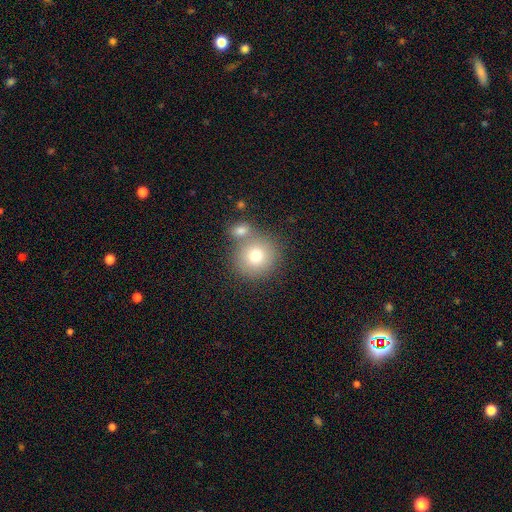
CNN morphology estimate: Smooth or featured? smooth (75%)
How rounded? round (91%)
Merging? none (59%)